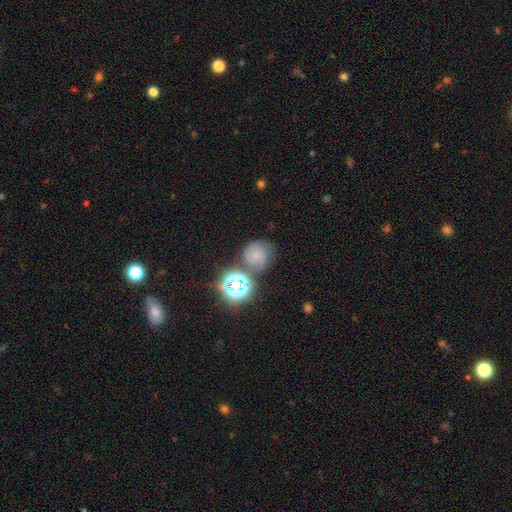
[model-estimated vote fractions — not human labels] A smooth galaxy with no disk features (53%) that is round (84%). Merging: none (58%).